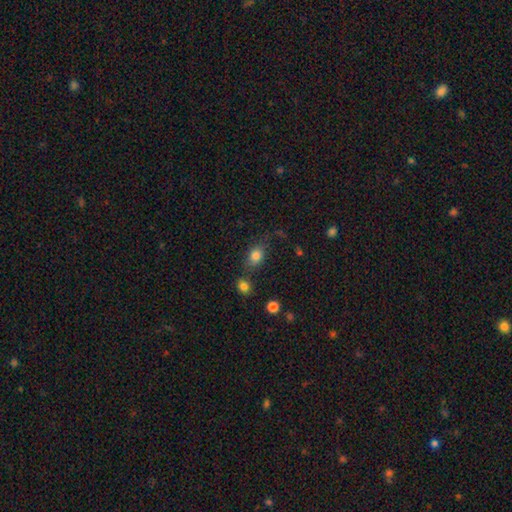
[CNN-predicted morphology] Smooth or featured?
  - smooth: 82% *
  - star or artifact: 11%
  - featured or disk: 8%
How rounded?
  - in between: 64% *
  - round: 34%
  - cigar-shaped: 2%
Merging?
  - none: 68% *
  - minor disturbance: 17%
  - merger: 10%
  - major disturbance: 6%